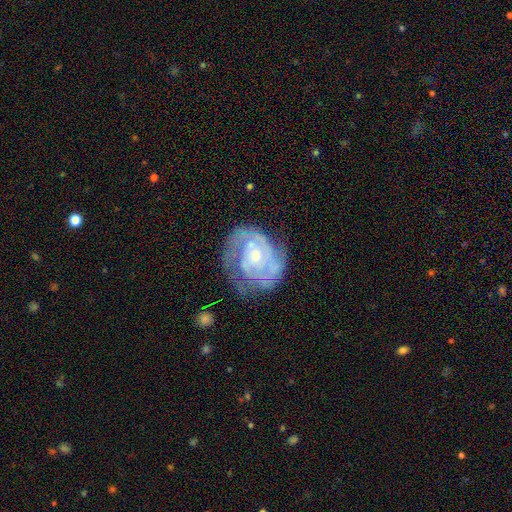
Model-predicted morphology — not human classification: Smooth or featured? Predicted: featured or disk (p=0.83). Edge-on disk? Predicted: no (p=0.98). Bar? Predicted: no (p=0.70). Spiral arms? Predicted: yes (p=0.91). Spiral winding? Predicted: tight (p=0.68). Spiral arm count? Predicted: can't tell (p=0.35). Bulge size? Predicted: small (p=0.56). Merging? Predicted: none (p=0.62).